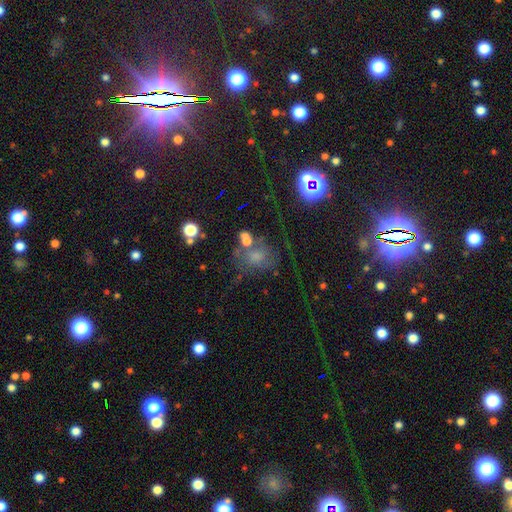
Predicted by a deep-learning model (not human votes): Smooth or featured?
  - smooth: 46% *
  - featured or disk: 28%
  - star or artifact: 26%
Merging?
  - none: 44% *
  - minor disturbance: 20%
  - major disturbance: 18%
  - merger: 18%